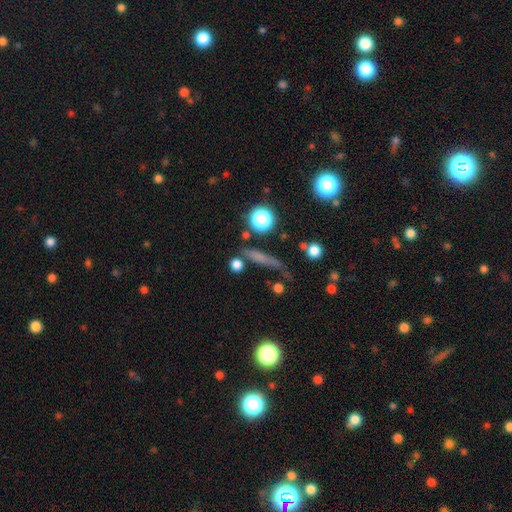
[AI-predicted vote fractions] Overall: smooth (56%; featured or disk 24%). How rounded: cigar-shaped (73%). Merging: none (72%).